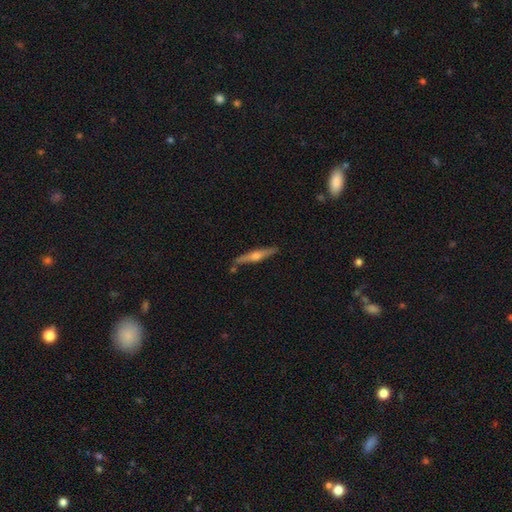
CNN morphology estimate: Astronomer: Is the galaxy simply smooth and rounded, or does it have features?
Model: featured or disk — 62%.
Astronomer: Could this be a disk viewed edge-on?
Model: yes — 97%.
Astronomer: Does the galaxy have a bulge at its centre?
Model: rounded — 86%.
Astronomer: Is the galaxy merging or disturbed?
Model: none — 83%.